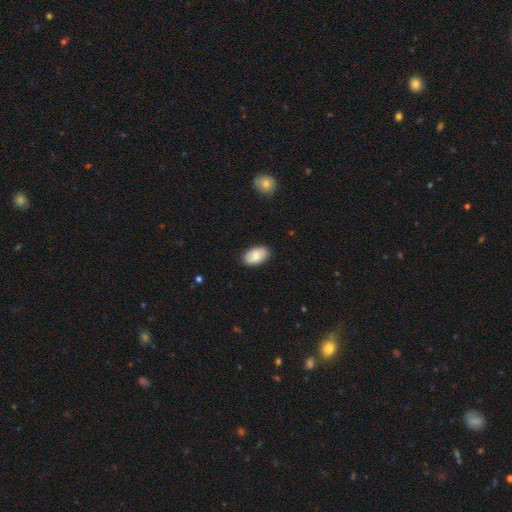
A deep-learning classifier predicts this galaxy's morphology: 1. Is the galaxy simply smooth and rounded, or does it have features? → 82% smooth, 12% featured or disk, 6% star or artifact.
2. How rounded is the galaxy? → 94% in between, 5% round, 1% cigar-shaped.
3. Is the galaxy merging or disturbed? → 86% none, 11% minor disturbance, 2% major disturbance, 1% merger.